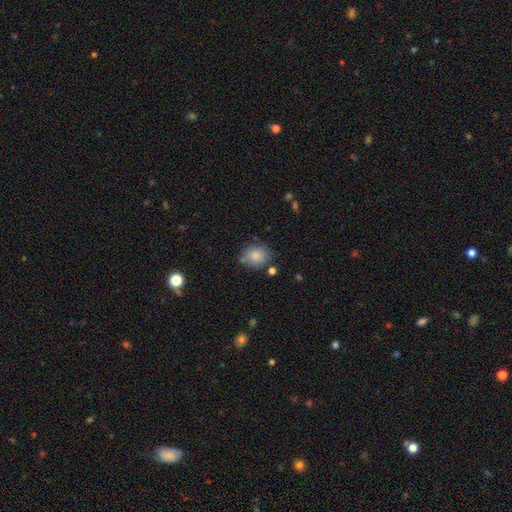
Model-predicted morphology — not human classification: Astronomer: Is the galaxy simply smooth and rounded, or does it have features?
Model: smooth — 83%.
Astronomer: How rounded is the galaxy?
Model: round — 56% (runner-up: in between, 43%).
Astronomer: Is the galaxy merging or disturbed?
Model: none — 74%.